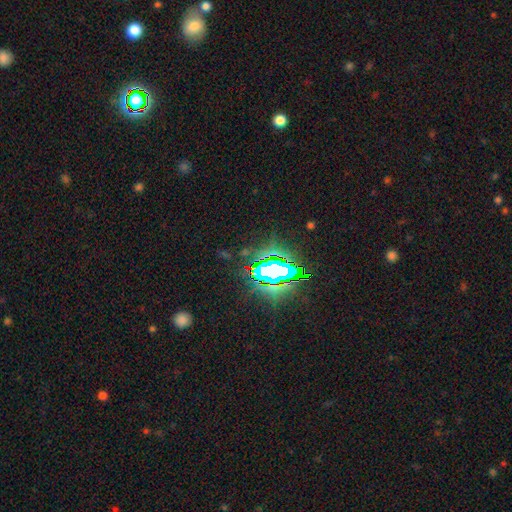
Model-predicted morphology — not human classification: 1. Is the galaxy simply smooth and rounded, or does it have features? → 78% star or artifact, 13% smooth, 9% featured or disk.